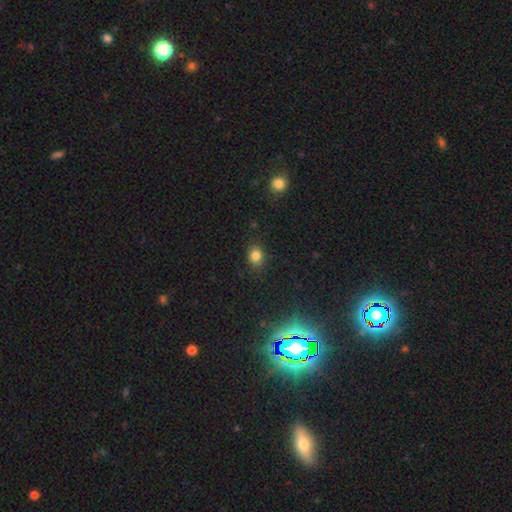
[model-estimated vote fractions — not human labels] Smooth or featured? Predicted: smooth (p=0.81). How rounded? Predicted: round (p=0.51). Merging? Predicted: none (p=0.84).